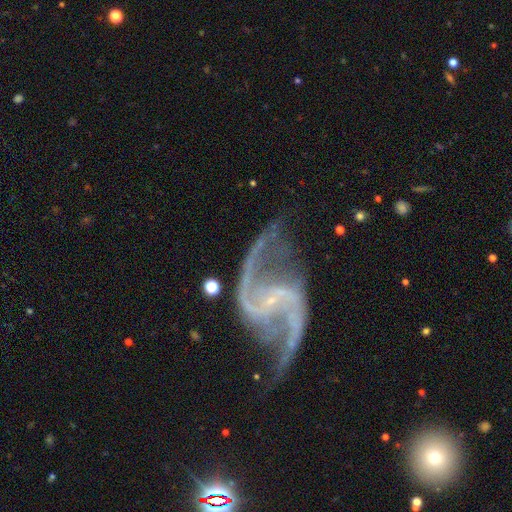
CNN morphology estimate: Smooth or featured?
  - featured or disk: 93% *
  - star or artifact: 5%
  - smooth: 2%
Edge-on disk?
  - no: 98% *
  - yes: 2%
Bar?
  - weak: 41% *
  - strong: 31%
  - no: 28%
Spiral arms?
  - yes: 98% *
  - no: 2%
Spiral winding?
  - loose: 63% *
  - medium: 30%
  - tight: 8%
Spiral arm count?
  - 2: 93% *
  - 3: 2%
  - can't tell: 2%
  - 1: 1%
  - 4: 1%
  - more than 4: 1%
Bulge size?
  - small: 65% *
  - none: 28%
  - moderate: 5%
  - large: 1%
  - dominant: 1%
Merging?
  - none: 66% *
  - minor disturbance: 17%
  - major disturbance: 12%
  - merger: 4%